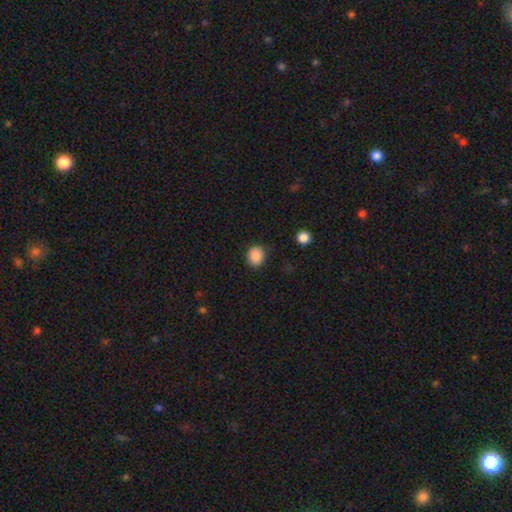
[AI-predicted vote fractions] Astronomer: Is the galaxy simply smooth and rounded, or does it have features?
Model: smooth — 88%.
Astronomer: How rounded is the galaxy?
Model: round — 71%.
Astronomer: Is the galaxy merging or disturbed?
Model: none — 85%.